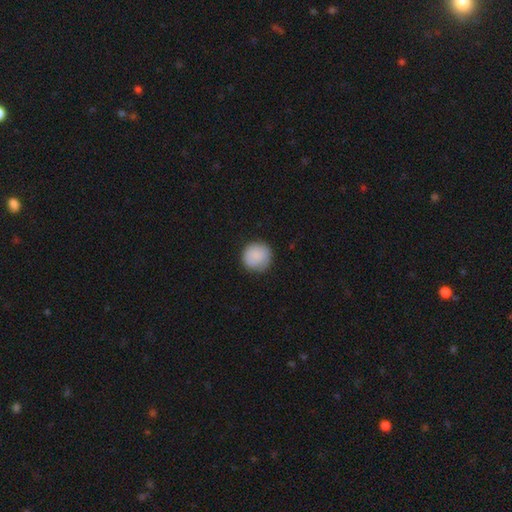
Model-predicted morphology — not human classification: smooth_or_featured: smooth (p=0.87) [alt: star or artifact p=0.07]
how_rounded: round (p=0.94) [alt: in between p=0.05]
merging: none (p=0.85) [alt: minor disturbance p=0.12]